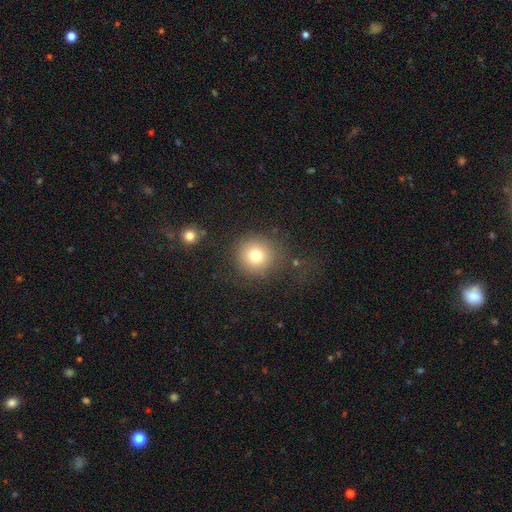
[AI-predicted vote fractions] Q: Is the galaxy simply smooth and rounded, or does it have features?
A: smooth — 76%.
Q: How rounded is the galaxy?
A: round — 93%.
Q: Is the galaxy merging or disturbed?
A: none — 80%.